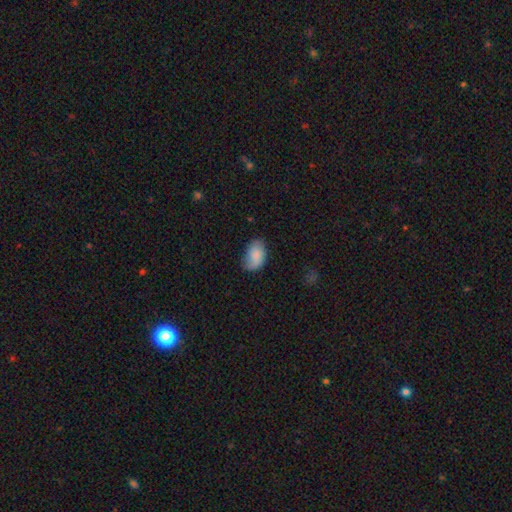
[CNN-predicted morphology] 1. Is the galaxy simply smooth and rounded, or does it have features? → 81% smooth, 12% featured or disk, 7% star or artifact.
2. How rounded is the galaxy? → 89% in between, 10% round, 1% cigar-shaped.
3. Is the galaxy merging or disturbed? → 61% none, 29% minor disturbance, 8% major disturbance, 2% merger.